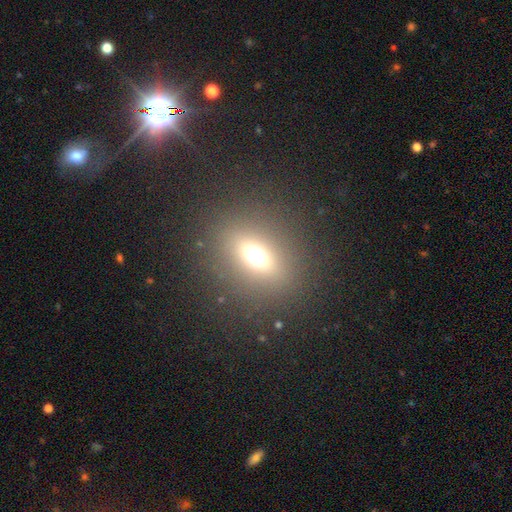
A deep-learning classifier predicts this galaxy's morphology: A smooth galaxy with no disk features (58%) that is in between round and cigar-shaped (51%). Merging: none (83%).